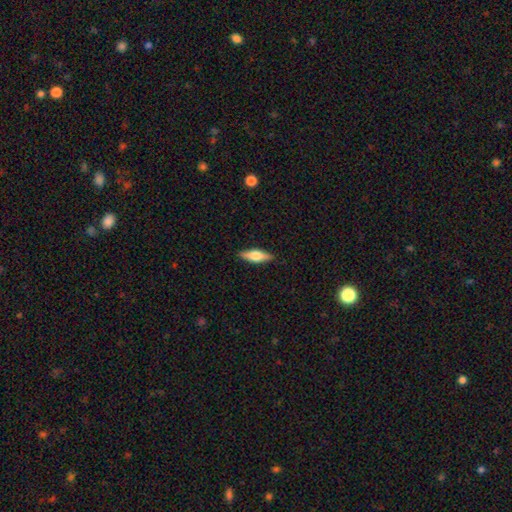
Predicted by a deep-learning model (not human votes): This is possibly a smooth galaxy (53%). How rounded: possibly in between (51%). Merging: clearly none (89%).